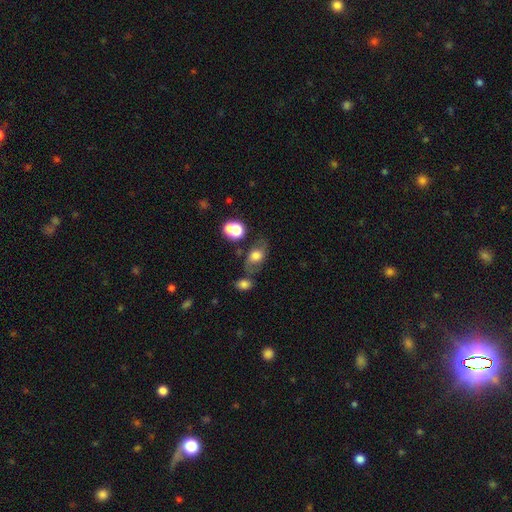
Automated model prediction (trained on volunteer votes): A smooth galaxy with no disk features (52%) that is in between round and cigar-shaped (73%). Merging: none (60%).